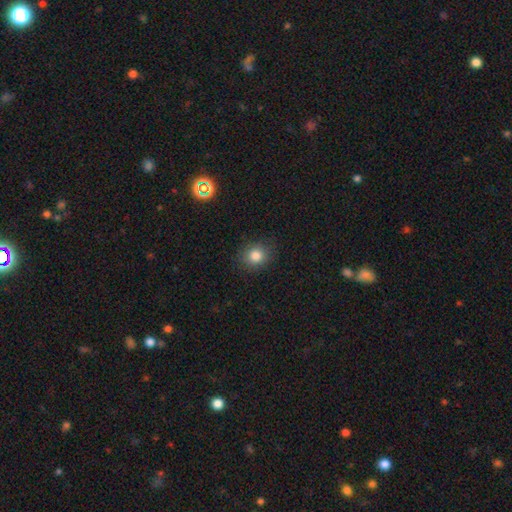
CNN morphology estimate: This appears to be a smooth galaxy with no disk features (83%) that is round (75%). Merging: none (86%).